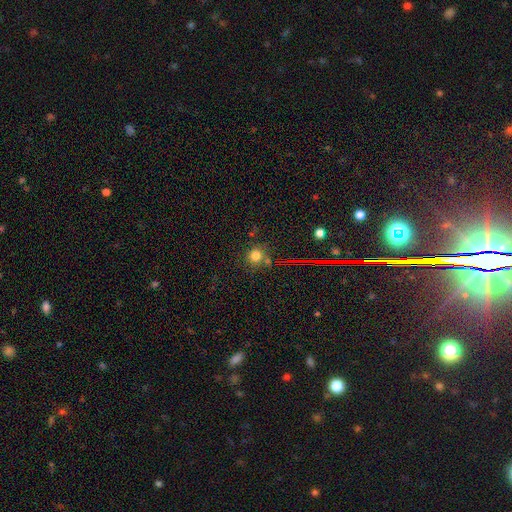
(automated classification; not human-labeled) Morphology: type=smooth (74%); roundness=round (90%); merging=none (73%).